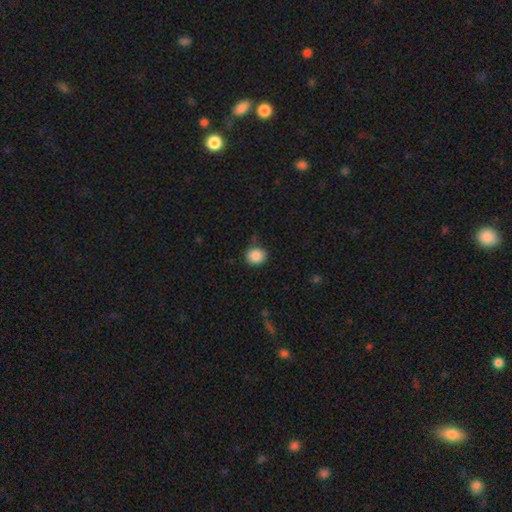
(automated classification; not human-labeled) The model was most divided on "how rounded": round: 81%, in between: 18%, cigar-shaped: 1%. More confident: smooth or featured — smooth (87%); merging — none (83%).